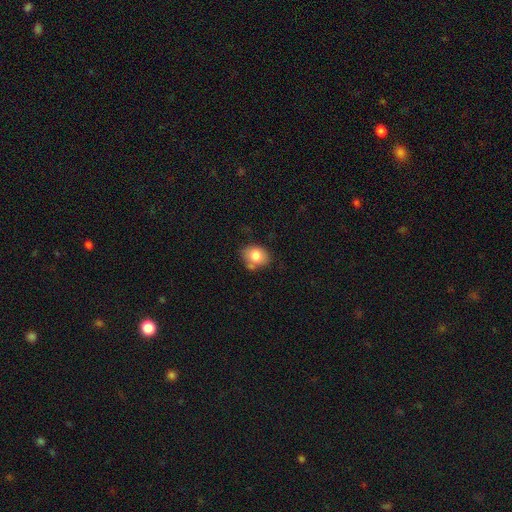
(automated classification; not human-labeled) Smooth or featured? smooth (80%)
How rounded? in between (56%)
Merging? none (61%)